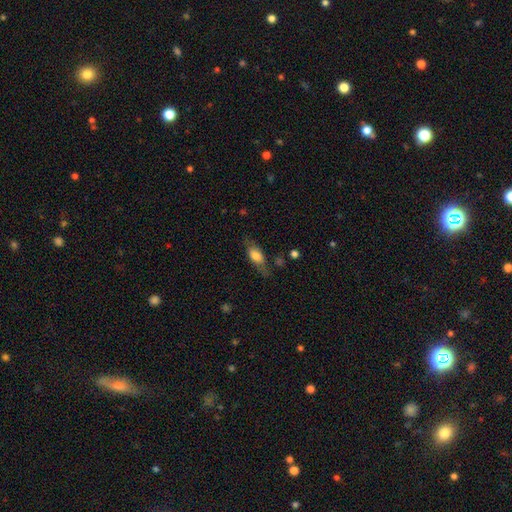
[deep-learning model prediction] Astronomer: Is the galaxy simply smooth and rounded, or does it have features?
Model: smooth — 62%.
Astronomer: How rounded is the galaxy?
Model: in between — 72%.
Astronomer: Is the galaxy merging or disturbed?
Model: none — 65%.